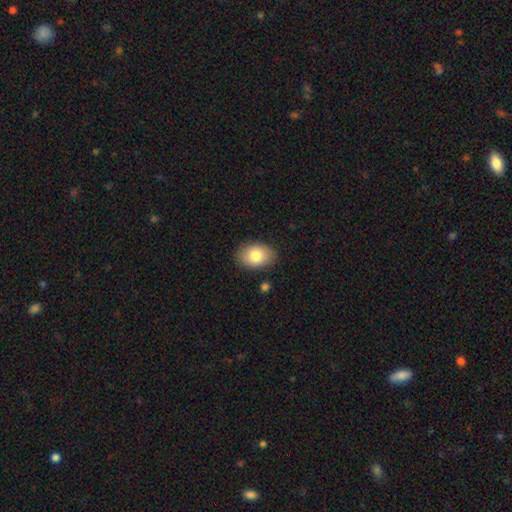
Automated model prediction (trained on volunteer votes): Q: Smooth or featured?
A: smooth (81%); runner-up: featured or disk (11%)
Q: How rounded?
A: in between (82%); runner-up: round (17%)
Q: Merging?
A: none (86%); runner-up: minor disturbance (10%)